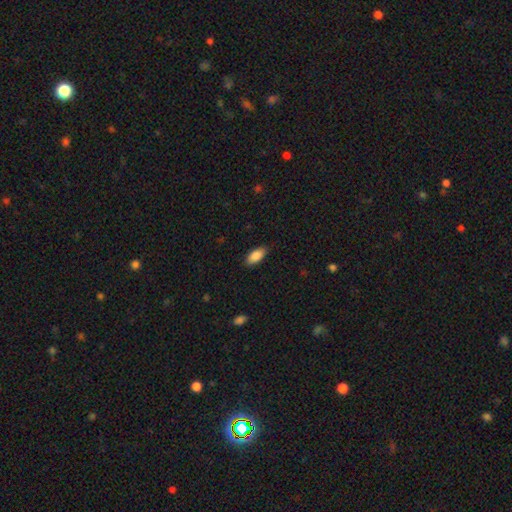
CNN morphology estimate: Smooth or featured: smooth — 87% (star or artifact — 7%)
How rounded: in between — 90% (cigar-shaped — 8%)
Merging: none — 85% (minor disturbance — 12%)